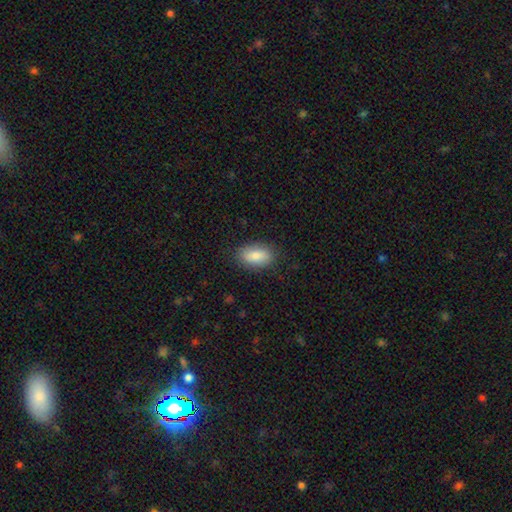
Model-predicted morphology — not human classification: Q: Smooth or featured?
A: smooth (86%); runner-up: featured or disk (8%)
Q: How rounded?
A: in between (91%); runner-up: round (5%)
Q: Merging?
A: none (85%); runner-up: minor disturbance (11%)